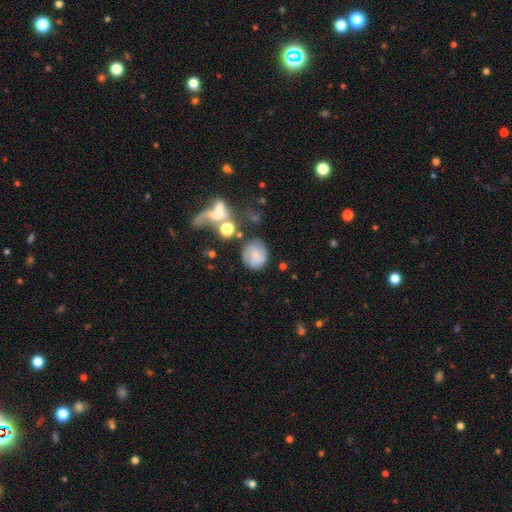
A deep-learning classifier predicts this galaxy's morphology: Smooth or featured? Predicted: smooth (p=0.53). How rounded? Predicted: round (p=0.73). Merging? Predicted: none (p=0.60).